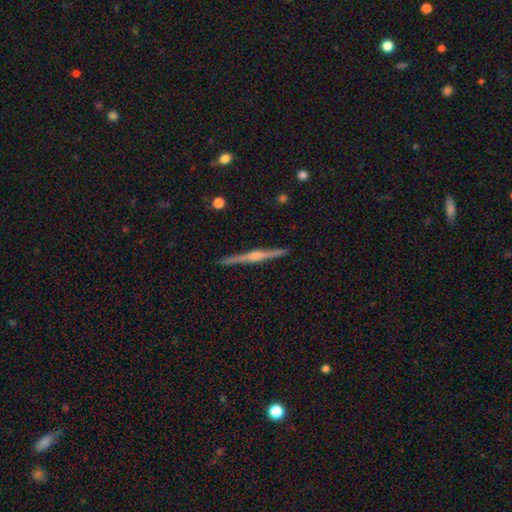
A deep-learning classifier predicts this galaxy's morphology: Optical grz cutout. It shows a featured or disk galaxy (79%) viewed edge-on (99%) with a rounded central bulge (78%). Merging: none (92%).